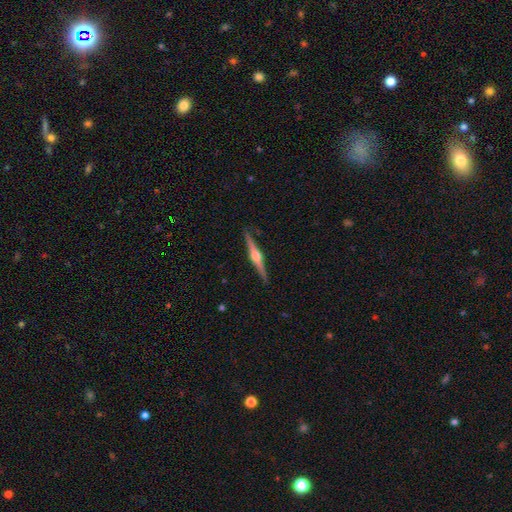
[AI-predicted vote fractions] A featured or disk galaxy (81%) viewed edge-on (98%) with a rounded central bulge (92%). Merging: none (91%).